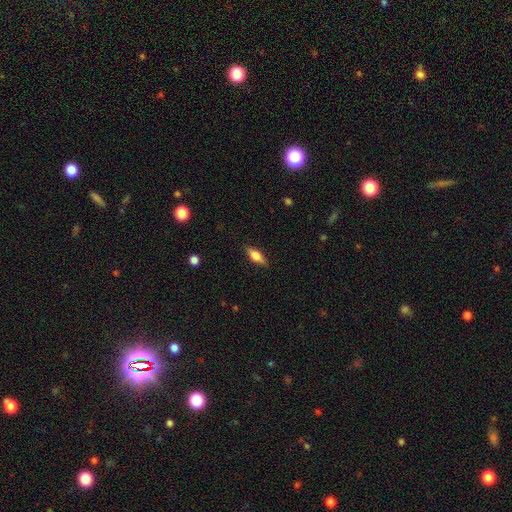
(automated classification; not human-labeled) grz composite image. It shows a smooth galaxy with no disk features (59%) that is in between round and cigar-shaped (62%). Merging: none (86%).